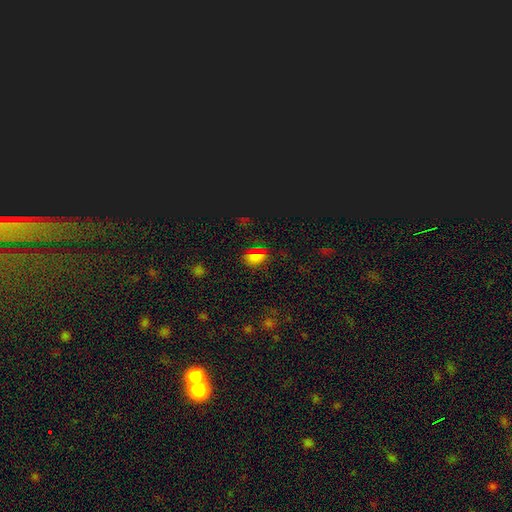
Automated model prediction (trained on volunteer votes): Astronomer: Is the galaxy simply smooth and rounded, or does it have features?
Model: smooth — 55% (runner-up: star or artifact, 38%).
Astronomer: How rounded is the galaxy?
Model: in between — 69%.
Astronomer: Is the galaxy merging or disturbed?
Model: none — 83%.